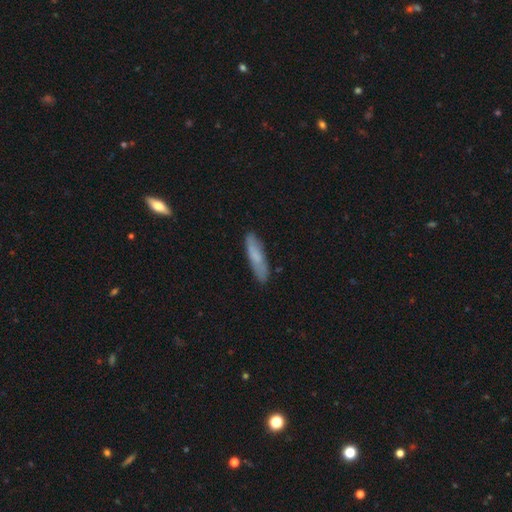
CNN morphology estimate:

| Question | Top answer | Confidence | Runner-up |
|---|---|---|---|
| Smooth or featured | smooth | 70% | featured or disk (24%) |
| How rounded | cigar-shaped | 80% | in between (19%) |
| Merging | none | 84% | minor disturbance (13%) |